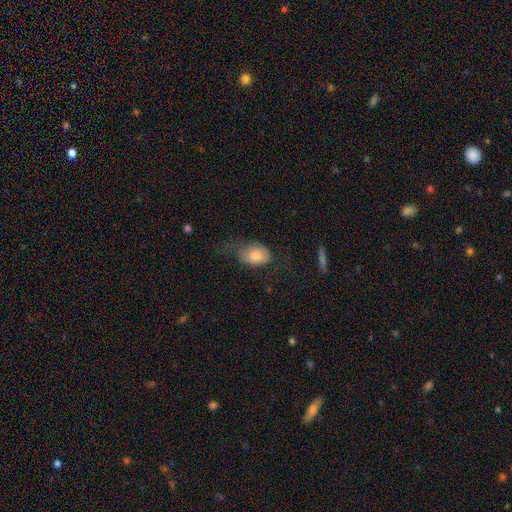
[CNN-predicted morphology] This is likely a smooth galaxy (77%). How rounded: likely in between (77%). Merging: marginally none (39%).